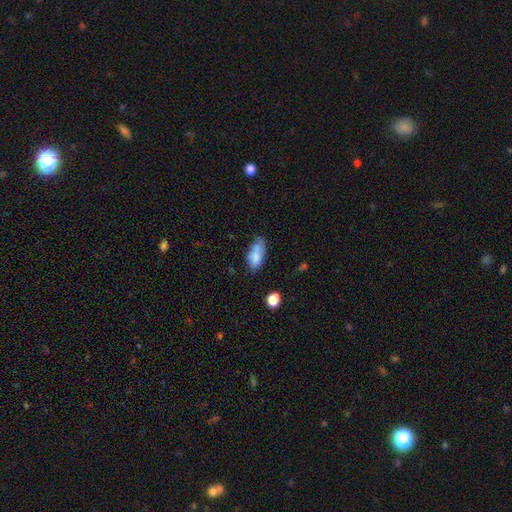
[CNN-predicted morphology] The model was most divided on "merging": none: 55%, minor disturbance: 30%, major disturbance: 9%, merger: 7%. More confident: how rounded — in between (84%); smooth or featured — smooth (78%).